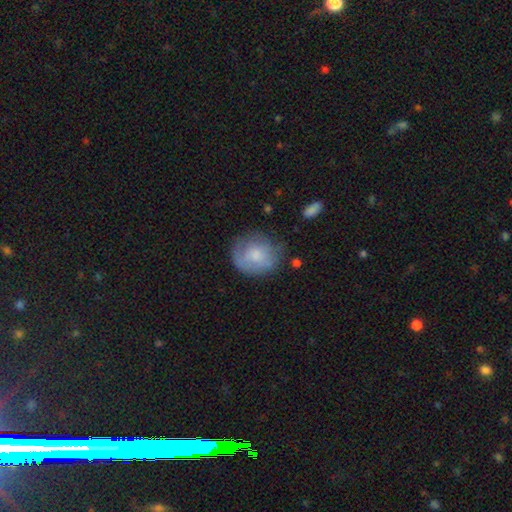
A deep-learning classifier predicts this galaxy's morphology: A smooth galaxy with no disk features (61%) that is round (79%).

Vote fractions:
- Smooth or featured? smooth: 61% / featured or disk: 31% / star or artifact: 8%
- How rounded? round: 79% / in between: 20% / cigar-shaped: 1%
- Merging? none: 60% / minor disturbance: 26% / major disturbance: 11% / merger: 2%